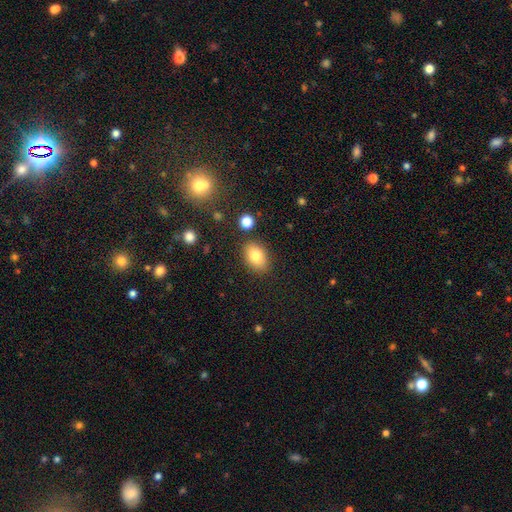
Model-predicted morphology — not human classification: The model was most divided on "how rounded": in between: 82%, round: 17%, cigar-shaped: 1%. More confident: merging — none (84%); smooth or featured — smooth (82%).